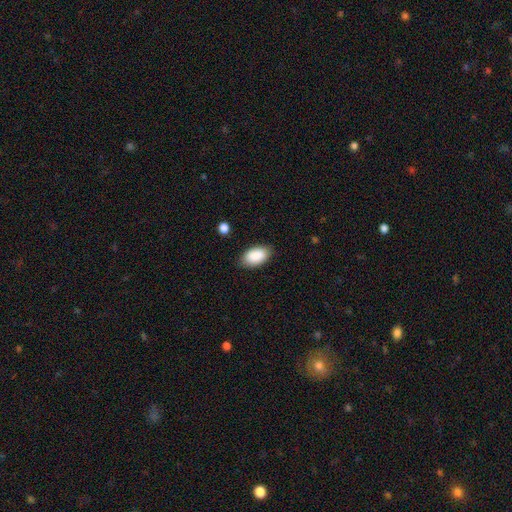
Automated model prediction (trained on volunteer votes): Overall: smooth (89%). How rounded: in between (94%). Merging: none (82%).